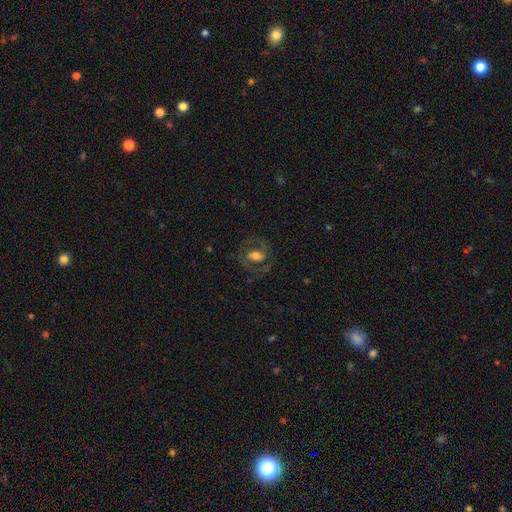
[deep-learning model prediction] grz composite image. It shows a featured or disk galaxy (63%) with a weak bar (40%), spiral arms (78%) and a moderate central bulge (46%). Merging: none (69%).